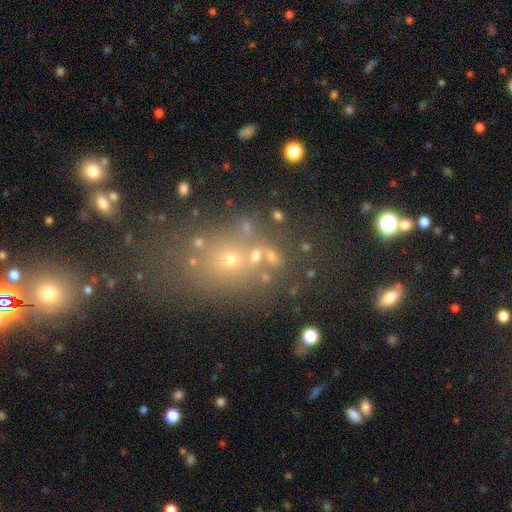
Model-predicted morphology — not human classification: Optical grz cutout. It shows a smooth galaxy with no disk features (56%) that is round (58%). Merging: none (50%).